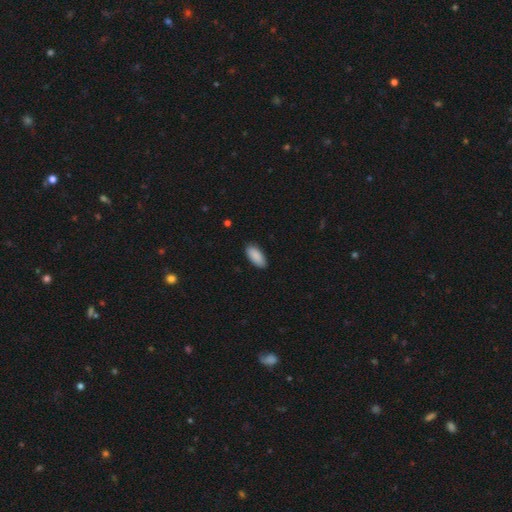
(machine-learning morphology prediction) smooth_or_featured: smooth (p=0.91) [alt: star or artifact p=0.06]
how_rounded: in between (p=0.90) [alt: cigar-shaped p=0.08]
merging: none (p=0.88) [alt: minor disturbance p=0.10]